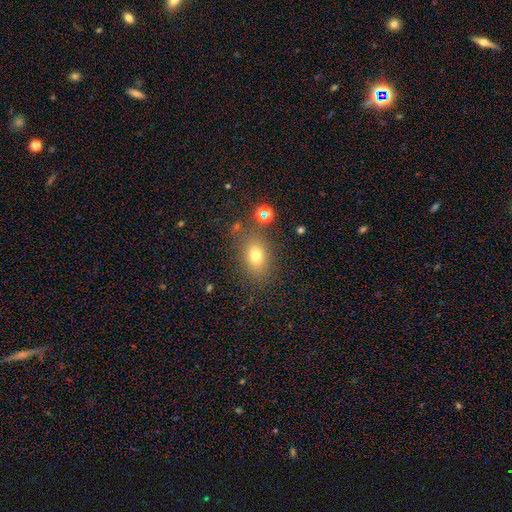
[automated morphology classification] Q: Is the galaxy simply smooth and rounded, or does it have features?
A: smooth — 73%.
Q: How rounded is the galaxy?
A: in between — 70%.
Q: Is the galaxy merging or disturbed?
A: none — 77%.